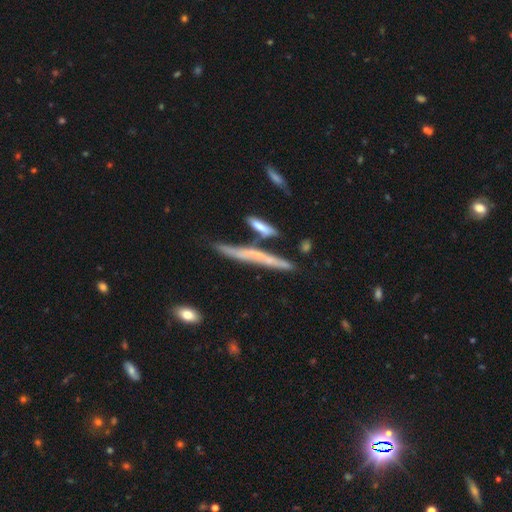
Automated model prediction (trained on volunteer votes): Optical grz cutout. It shows a featured or disk galaxy (54%) viewed edge-on (88%). Merging: none (69%).